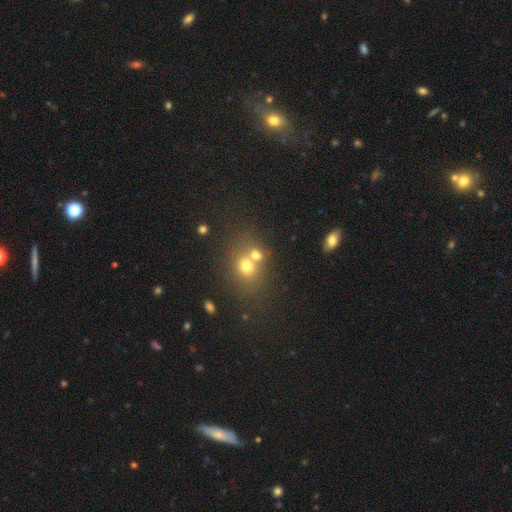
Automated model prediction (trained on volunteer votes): Smooth or featured: smooth — 68% (featured or disk — 17%)
How rounded: round — 62% (in between — 37%)
Merging: merger — 52% (none — 36%)